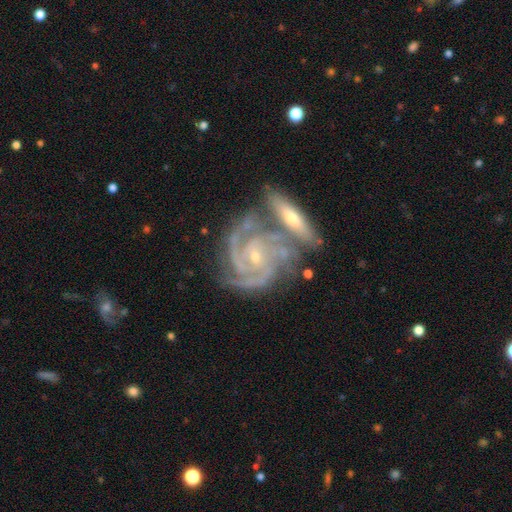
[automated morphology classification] Smooth or featured: featured or disk — 85% (star or artifact — 8%)
Edge-on disk: no — 94% (yes — 6%)
Bar: no — 55% (weak — 33%)
Spiral arms: yes — 97% (no — 3%)
Spiral winding: tight — 74% (medium — 22%)
Spiral arm count: 3 — 31% (2 — 27%)
Bulge size: small — 67% (moderate — 29%)
Merging: none — 42% (merger — 40%)